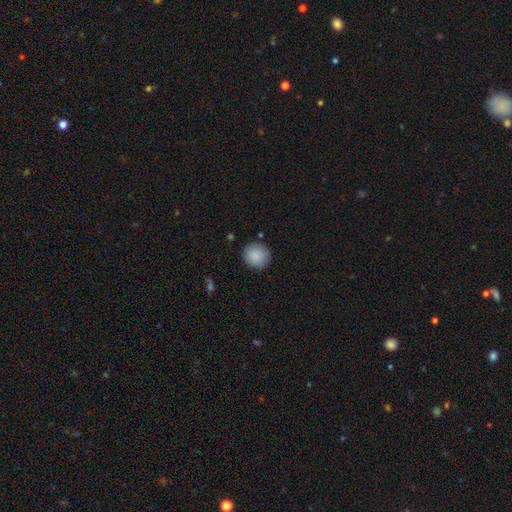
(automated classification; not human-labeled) smooth 89%, star or artifact 7%, featured or disk 4%. Down the decision tree: how rounded — round (89%); merging — none (89%).